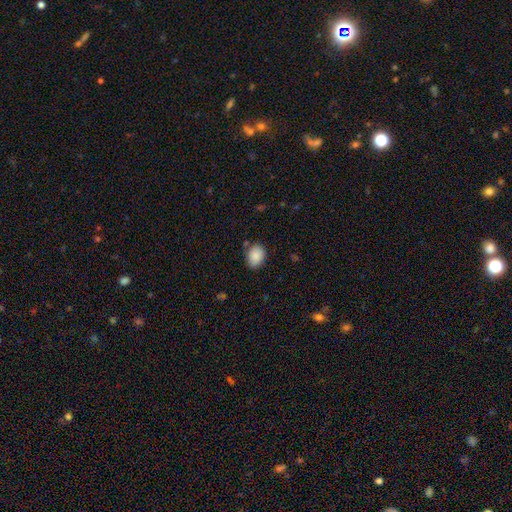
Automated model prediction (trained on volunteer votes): The model was most divided on "how rounded": in between: 67%, round: 32%, cigar-shaped: 1%. More confident: smooth or featured — smooth (88%); merging — none (77%).